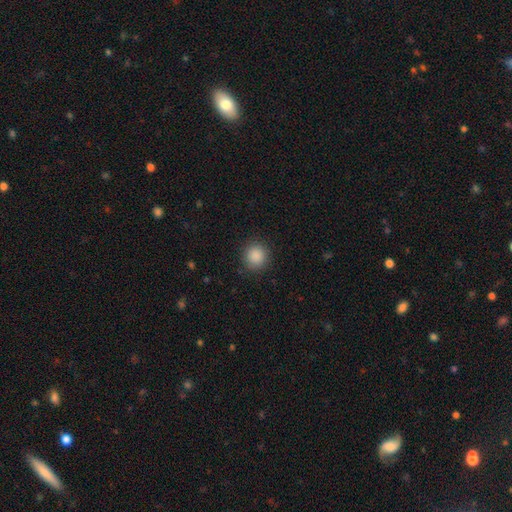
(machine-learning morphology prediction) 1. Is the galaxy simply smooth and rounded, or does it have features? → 88% smooth, 9% star or artifact, 3% featured or disk.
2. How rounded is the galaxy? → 92% round, 7% in between, 1% cigar-shaped.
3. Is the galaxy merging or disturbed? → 90% none, 7% minor disturbance, 2% major disturbance, 1% merger.